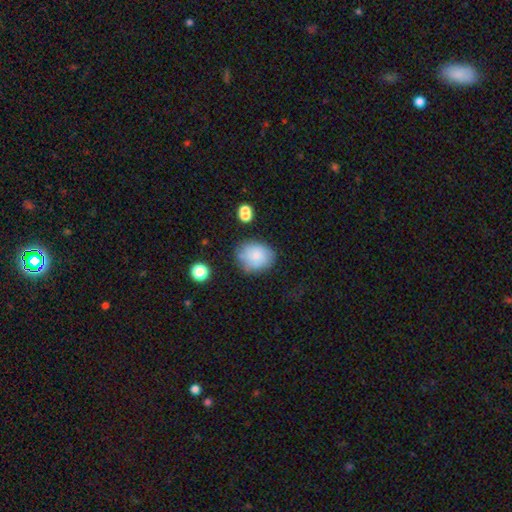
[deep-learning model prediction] The model was most divided on "how rounded": round: 57%, in between: 42%, cigar-shaped: 1%. More confident: smooth or featured — smooth (65%); merging — none (64%).